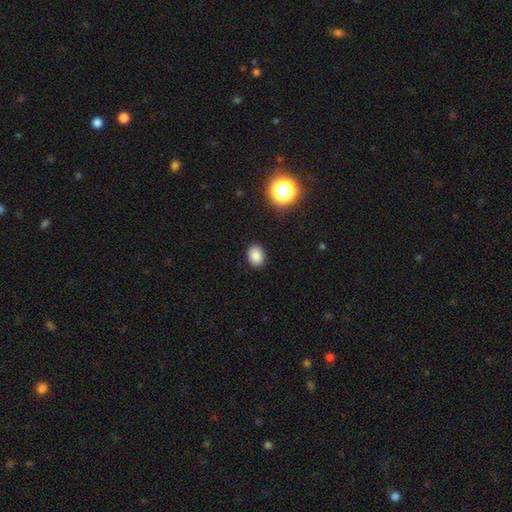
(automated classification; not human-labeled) A smooth galaxy with no disk features (85%) that is in between round and cigar-shaped (61%).

Vote fractions:
- Smooth or featured? smooth: 85% / star or artifact: 12% / featured or disk: 4%
- How rounded? in between: 61% / round: 38% / cigar-shaped: 1%
- Merging? none: 89% / minor disturbance: 8% / major disturbance: 2% / merger: 1%